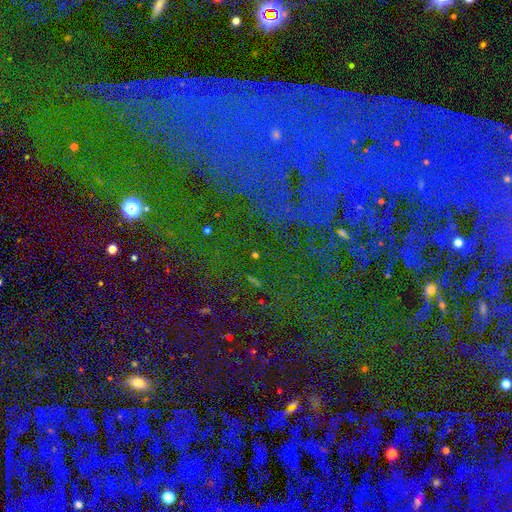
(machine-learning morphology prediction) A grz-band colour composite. It shows a star or artifact, not a galaxy (67%).